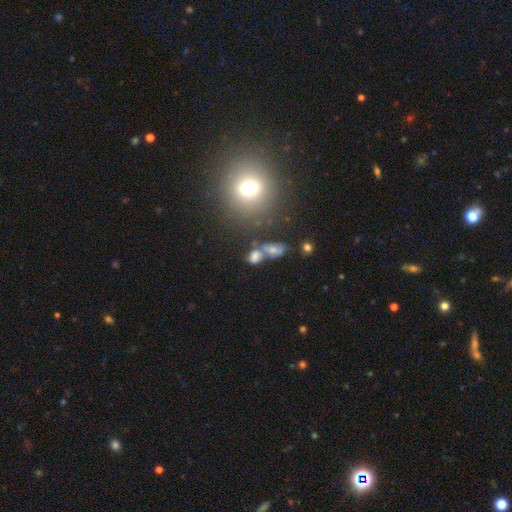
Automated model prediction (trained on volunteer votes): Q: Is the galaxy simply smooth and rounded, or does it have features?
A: smooth — 61%.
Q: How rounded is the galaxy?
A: in between — 63%.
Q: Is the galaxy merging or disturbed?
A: merger — 44%.